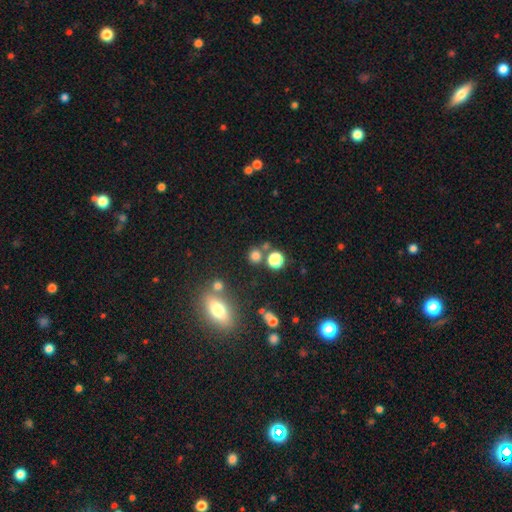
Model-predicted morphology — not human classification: This is likely a smooth galaxy (75%). How rounded: clearly round (87%). Merging: likely none (73%).